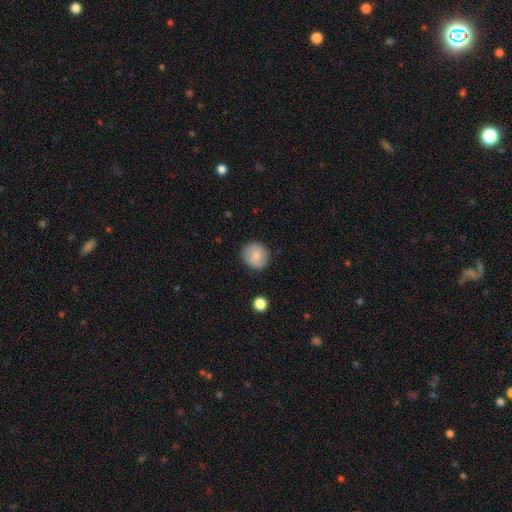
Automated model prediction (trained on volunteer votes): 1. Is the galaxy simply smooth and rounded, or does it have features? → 80% smooth, 12% featured or disk, 8% star or artifact.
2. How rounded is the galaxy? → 86% round, 13% in between, 1% cigar-shaped.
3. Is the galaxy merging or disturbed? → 87% none, 9% minor disturbance, 2% major disturbance, 1% merger.